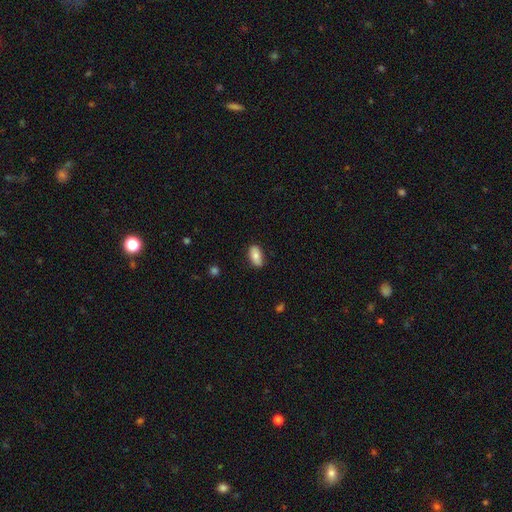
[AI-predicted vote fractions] This appears to be a smooth galaxy with no disk features (79%) that is in between round and cigar-shaped (91%). Merging: none (83%).